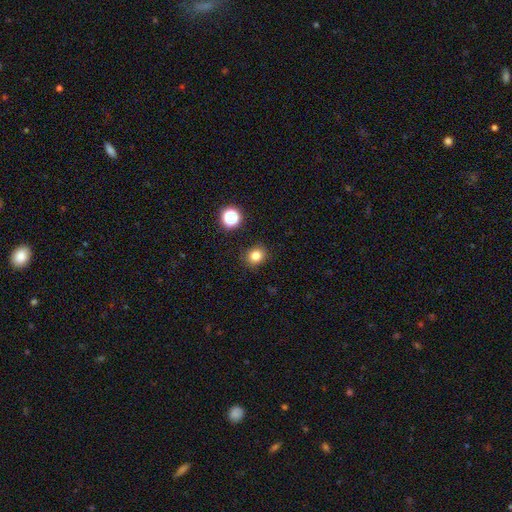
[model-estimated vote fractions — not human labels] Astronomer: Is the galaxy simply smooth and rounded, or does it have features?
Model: smooth — 81%.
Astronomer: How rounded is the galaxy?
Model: round — 75%.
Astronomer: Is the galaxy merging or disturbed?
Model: none — 88%.